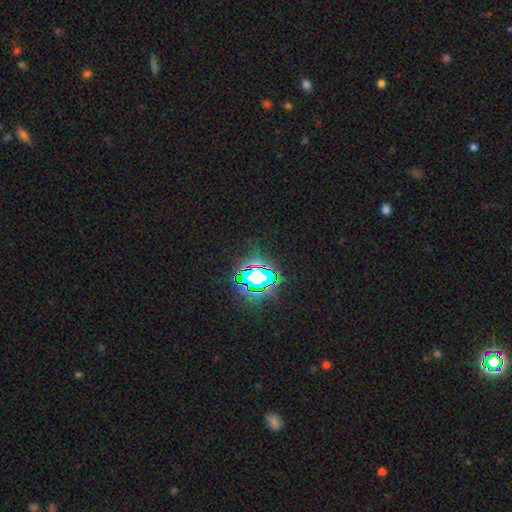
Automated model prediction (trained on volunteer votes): A star or artifact, not a galaxy (79%).